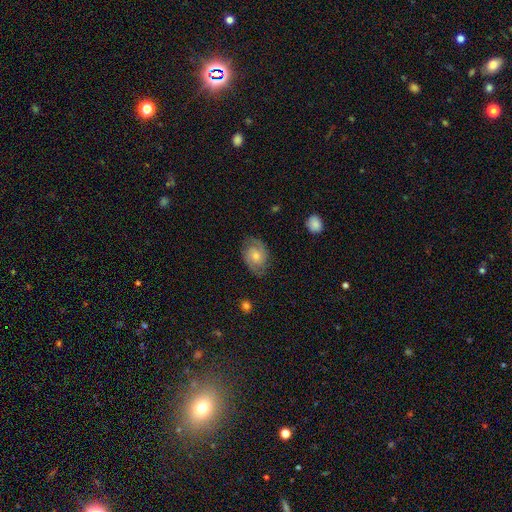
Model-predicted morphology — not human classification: This appears to be a featured or disk galaxy (70%) with no bar (67%), 2 (85%) tight (46%) spiral arms (93%) and a moderate central bulge (56%). Merging: none (80%).